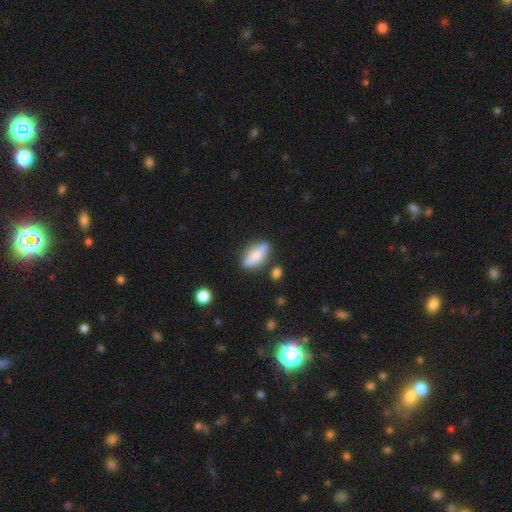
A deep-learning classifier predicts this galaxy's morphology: smooth 56%, featured or disk 37%, star or artifact 7%. Down the decision tree: how rounded — in between (64%); merging — none (77%).